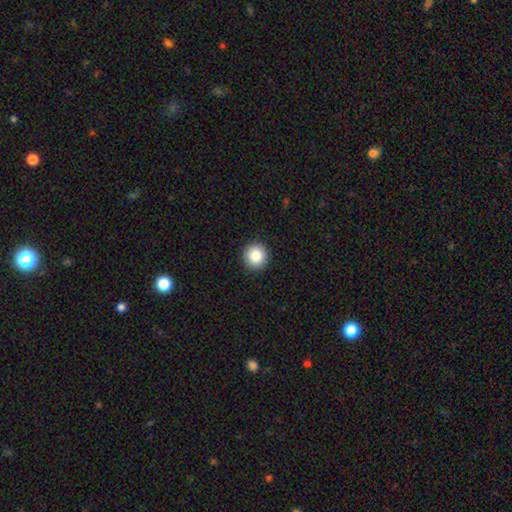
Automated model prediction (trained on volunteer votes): A smooth galaxy with no disk features (87%) that is round (94%). Merging: none (92%).